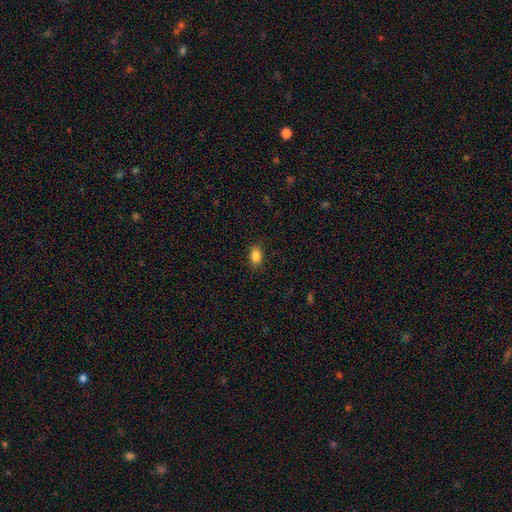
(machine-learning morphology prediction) type=smooth (86%); roundness=in between (80%); merging=none (87%).